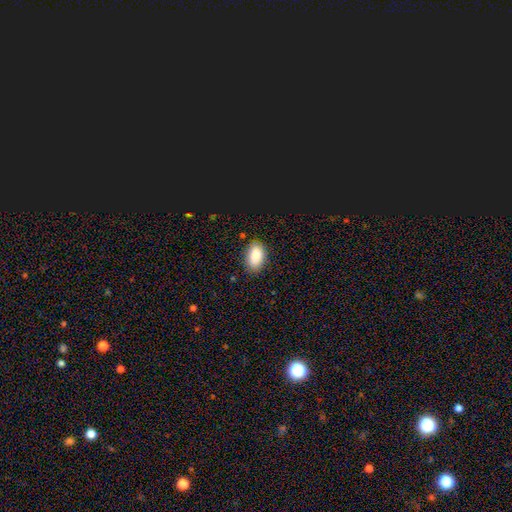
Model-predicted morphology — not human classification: Smooth or featured? Predicted: smooth (p=0.88). How rounded? Predicted: in between (p=0.92). Merging? Predicted: none (p=0.84).